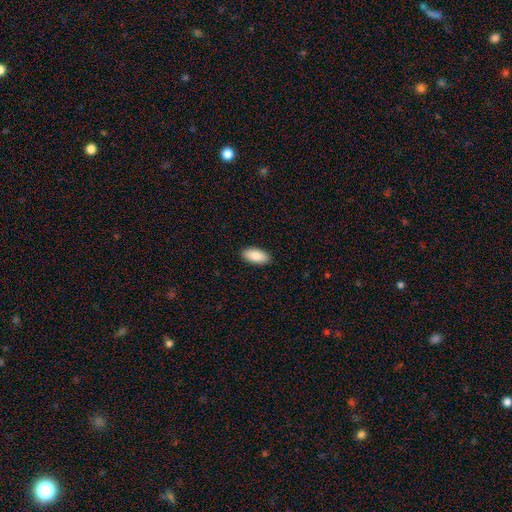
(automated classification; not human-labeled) Morphology: type=smooth (89%); roundness=in between (91%); merging=none (90%).